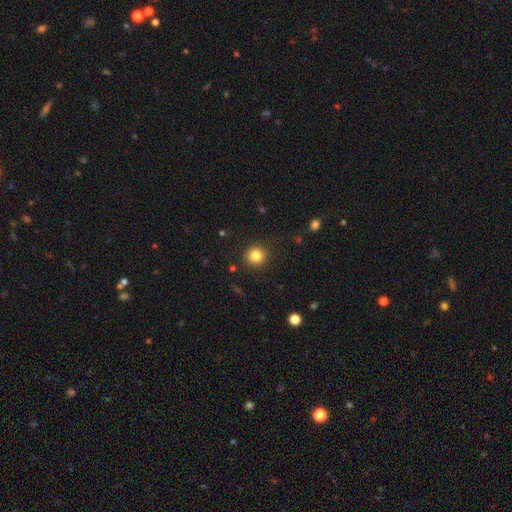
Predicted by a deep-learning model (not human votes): Morphology: type=smooth (83%); roundness=round (91%); merging=none (88%).